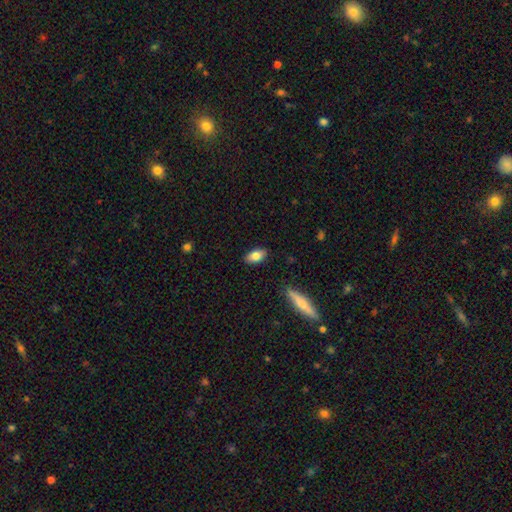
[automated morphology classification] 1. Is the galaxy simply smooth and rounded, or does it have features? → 80% smooth, 13% featured or disk, 7% star or artifact.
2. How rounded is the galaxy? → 89% in between, 7% cigar-shaped, 4% round.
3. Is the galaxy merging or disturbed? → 87% none, 9% minor disturbance, 2% major disturbance, 1% merger.